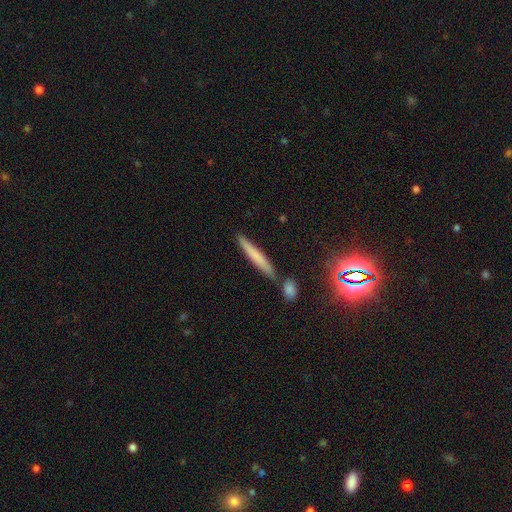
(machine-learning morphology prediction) smooth_or_featured: smooth (p=0.66) [alt: featured or disk p=0.23]
how_rounded: cigar-shaped (p=0.94) [alt: in between p=0.04]
merging: none (p=0.79) [alt: minor disturbance p=0.10]